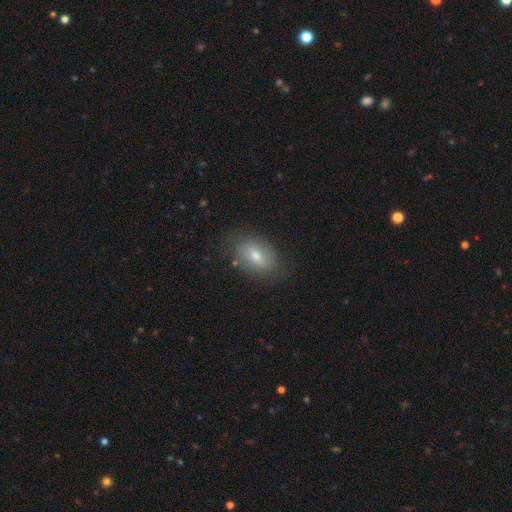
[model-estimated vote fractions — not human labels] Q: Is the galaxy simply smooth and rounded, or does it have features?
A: smooth — 62%.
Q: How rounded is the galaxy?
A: in between — 84%.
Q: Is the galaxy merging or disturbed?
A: none — 79%.